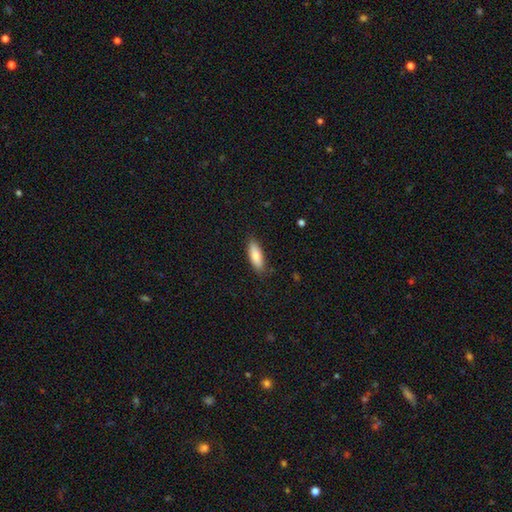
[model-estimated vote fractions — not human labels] Smooth or featured: smooth — 82% (featured or disk — 12%)
How rounded: in between — 64% (cigar-shaped — 34%)
Merging: none — 85% (minor disturbance — 11%)